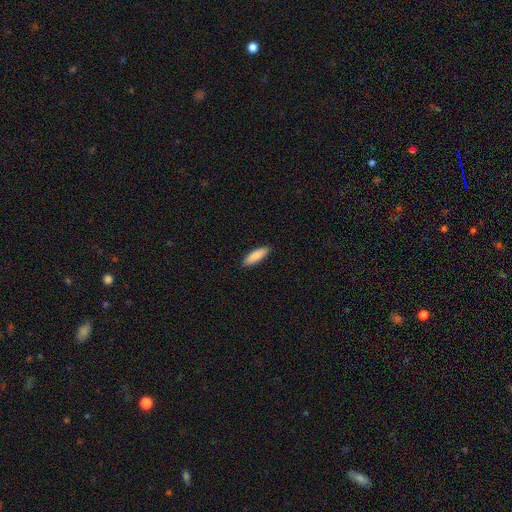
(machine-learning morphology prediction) A smooth galaxy with no disk features (88%) that is in between round and cigar-shaped (52%).

Vote fractions:
- Smooth or featured? smooth: 88% / featured or disk: 6% / star or artifact: 5%
- How rounded? in between: 52% / cigar-shaped: 46% / round: 1%
- Merging? none: 90% / minor disturbance: 7% / major disturbance: 1% / merger: 1%